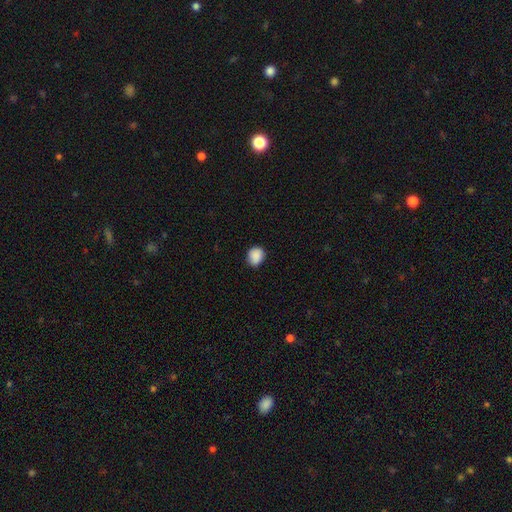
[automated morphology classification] smooth_or_featured: smooth (p=0.89) [alt: star or artifact p=0.08]
how_rounded: round (p=0.64) [alt: in between p=0.35]
merging: none (p=0.83) [alt: minor disturbance p=0.14]